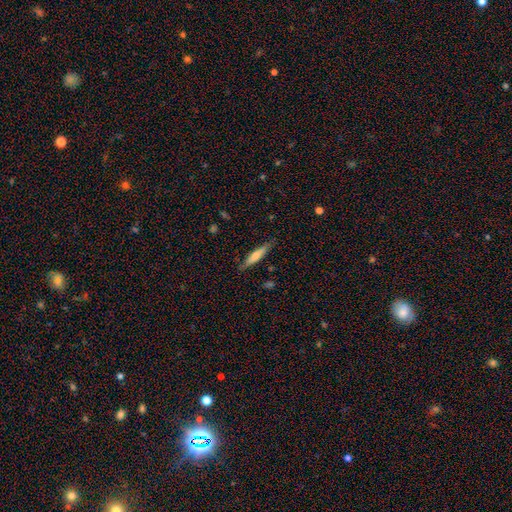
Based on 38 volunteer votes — Q: Smooth or featured?
A: smooth (61%); runner-up: featured or disk (32%)
Q: How rounded?
A: cigar-shaped (87%); runner-up: in between (13%)
Q: Merging?
A: none (91%); runner-up: minor disturbance (6%)